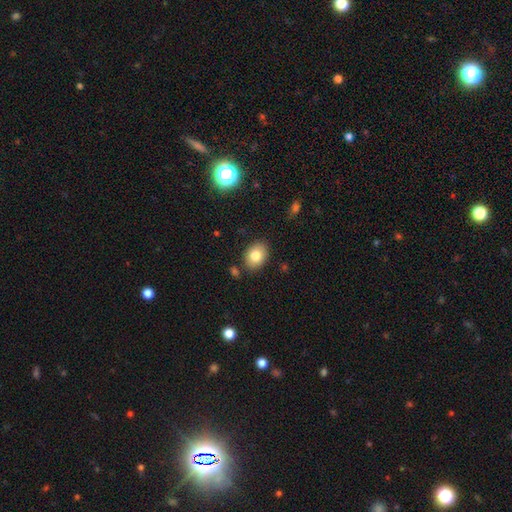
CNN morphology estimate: Overall: smooth (81%). How rounded: in between (71%). Merging: none (85%).